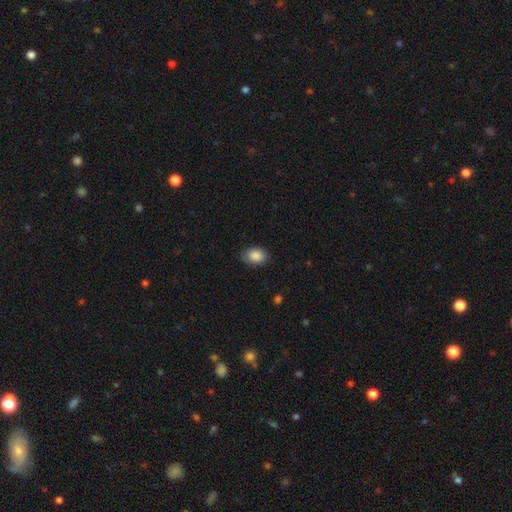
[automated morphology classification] The model was most divided on "how rounded": in between: 78%, round: 21%, cigar-shaped: 1%. More confident: smooth or featured — smooth (88%); merging — none (77%).